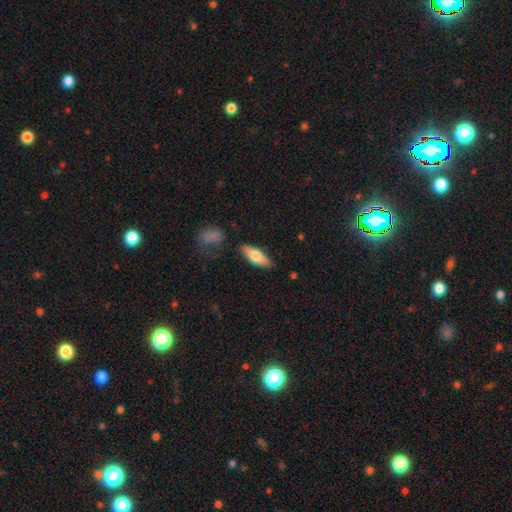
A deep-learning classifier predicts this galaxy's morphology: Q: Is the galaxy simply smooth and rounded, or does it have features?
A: smooth — 67%.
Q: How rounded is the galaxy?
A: in between — 63%.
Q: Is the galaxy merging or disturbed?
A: none — 83%.